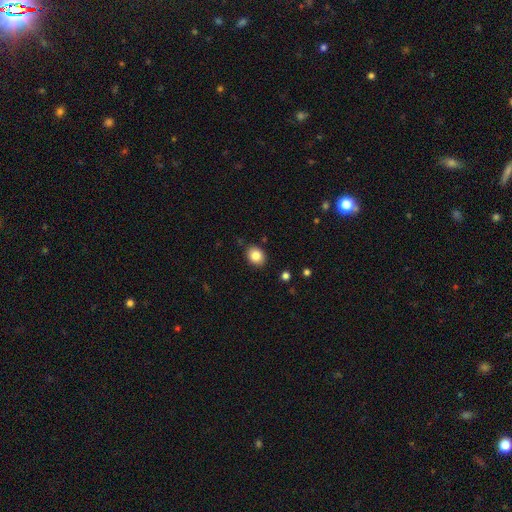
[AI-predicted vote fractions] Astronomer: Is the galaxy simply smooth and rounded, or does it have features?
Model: smooth — 85%.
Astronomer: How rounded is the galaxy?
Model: in between — 55% (runner-up: round, 44%).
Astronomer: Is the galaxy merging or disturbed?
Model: none — 86%.